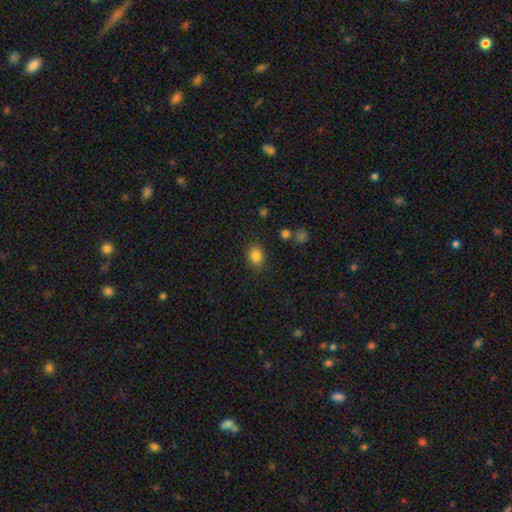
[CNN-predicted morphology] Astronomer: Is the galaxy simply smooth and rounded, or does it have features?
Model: smooth — 84%.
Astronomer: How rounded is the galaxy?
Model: in between — 54% (runner-up: round, 45%).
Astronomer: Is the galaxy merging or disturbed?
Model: none — 82%.